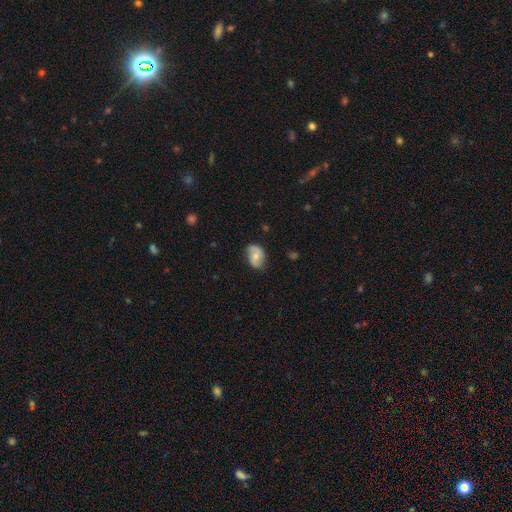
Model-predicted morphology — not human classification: The model was most divided on "smooth or featured": featured or disk: 50%, smooth: 43%, star or artifact: 7%. More confident: merging — none (70%).